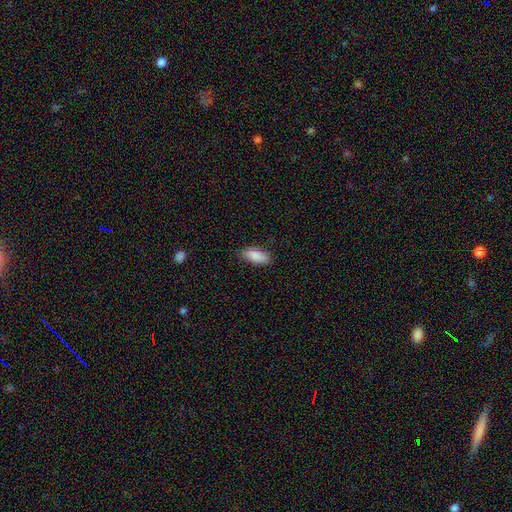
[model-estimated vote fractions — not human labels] Smooth or featured? Predicted: smooth (p=0.88). How rounded? Predicted: in between (p=0.85). Merging? Predicted: none (p=0.84).